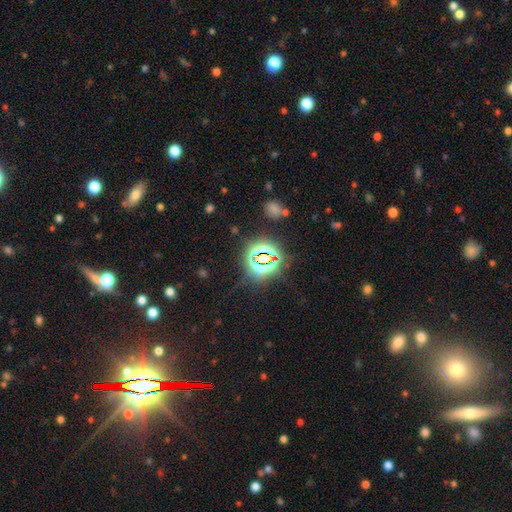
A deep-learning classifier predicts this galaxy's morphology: A star or artifact, not a galaxy (77%).

Vote fractions:
- Smooth or featured? star or artifact: 77% / smooth: 15% / featured or disk: 8%